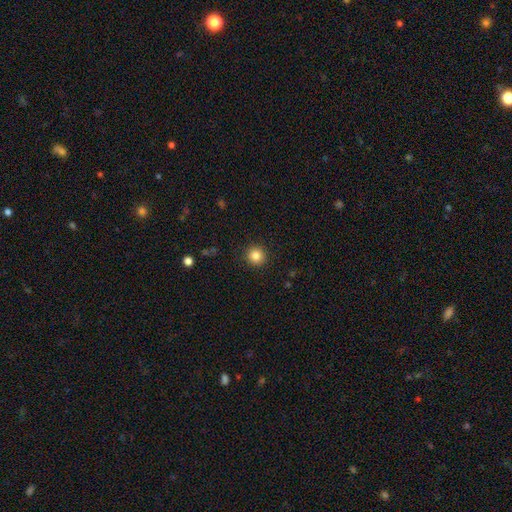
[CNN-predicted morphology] A smooth galaxy with no disk features (85%) that is round (95%).

Vote fractions:
- Smooth or featured? smooth: 85% / star or artifact: 11% / featured or disk: 4%
- How rounded? round: 95% / in between: 4% / cigar-shaped: 1%
- Merging? none: 92% / minor disturbance: 5% / major disturbance: 2% / merger: 1%